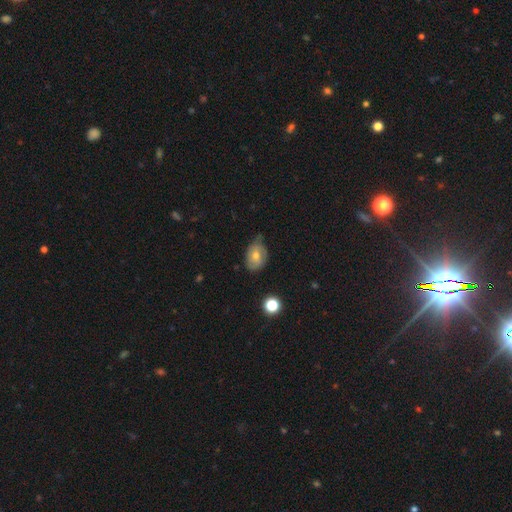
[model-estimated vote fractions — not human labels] smooth_or_featured: smooth (p=0.48) [alt: featured or disk p=0.42]
merging: none (p=0.57) [alt: minor disturbance p=0.34]